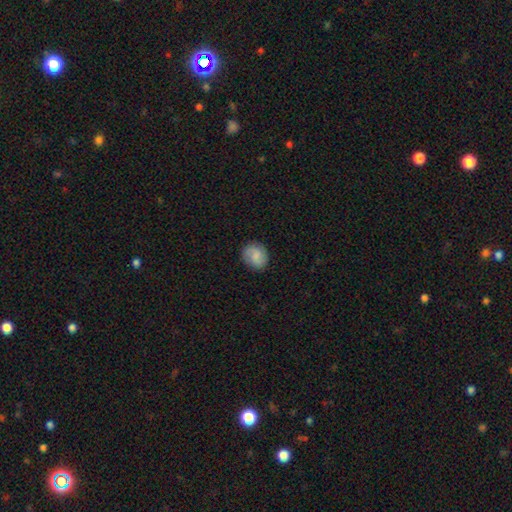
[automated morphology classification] Smooth or featured? Predicted: smooth (p=0.68). How rounded? Predicted: round (p=0.67). Merging? Predicted: none (p=0.82).